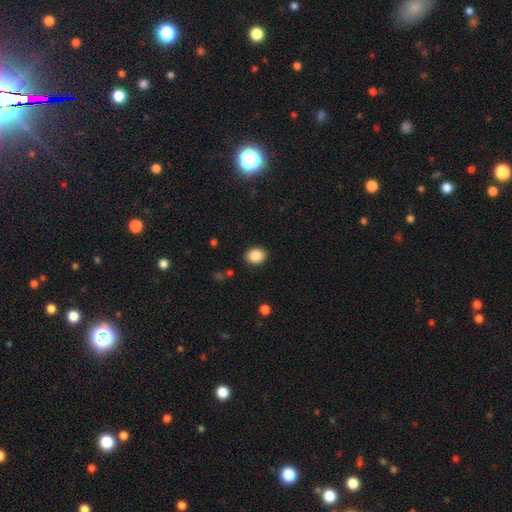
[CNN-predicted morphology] smooth-or-featured: smooth: 87% | star or artifact: 8% | featured or disk: 5%
  how-rounded: round: 50% | in between: 49% | cigar-shaped: 1%
  merging: none: 90% | minor disturbance: 7% | major disturbance: 2% | merger: 1%